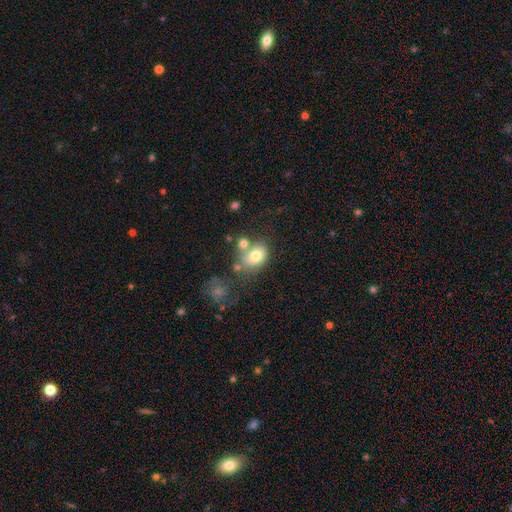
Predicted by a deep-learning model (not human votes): Smooth or featured: smooth — 75% (featured or disk — 15%)
How rounded: in between — 58% (round — 41%)
Merging: none — 45% (merger — 29%)